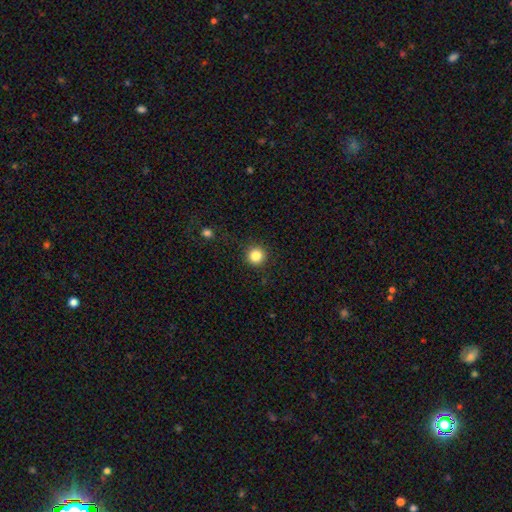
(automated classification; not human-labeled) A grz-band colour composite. It shows a smooth galaxy with no disk features (85%) that is round (95%). Merging: none (91%).